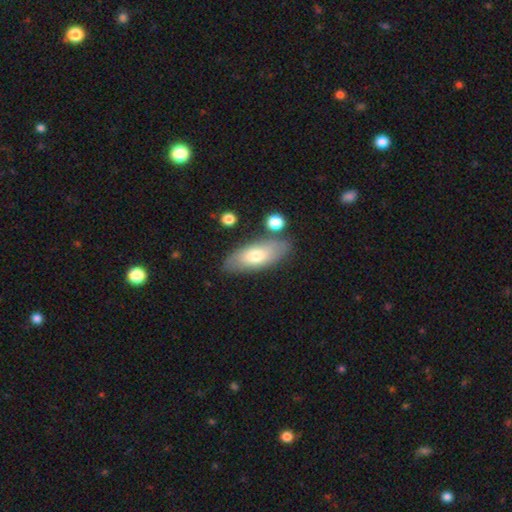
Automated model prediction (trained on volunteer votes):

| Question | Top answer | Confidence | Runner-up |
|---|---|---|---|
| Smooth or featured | smooth | 66% | featured or disk (28%) |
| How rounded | in between | 75% | cigar-shaped (22%) |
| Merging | none | 75% | minor disturbance (15%) |